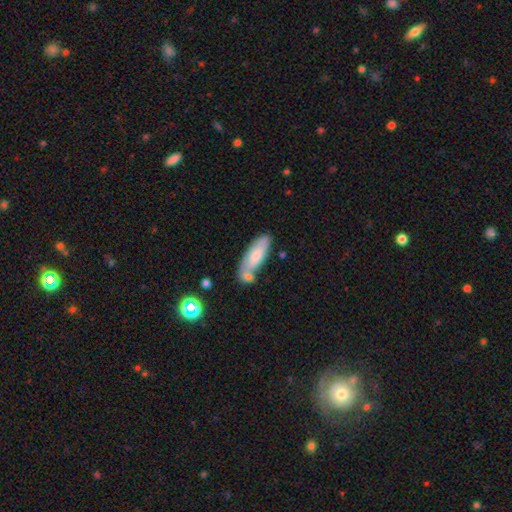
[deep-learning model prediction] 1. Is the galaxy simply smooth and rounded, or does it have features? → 71% smooth, 22% featured or disk, 7% star or artifact.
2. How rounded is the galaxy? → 58% in between, 40% cigar-shaped, 2% round.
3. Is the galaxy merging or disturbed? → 52% none, 25% merger, 18% minor disturbance, 5% major disturbance.